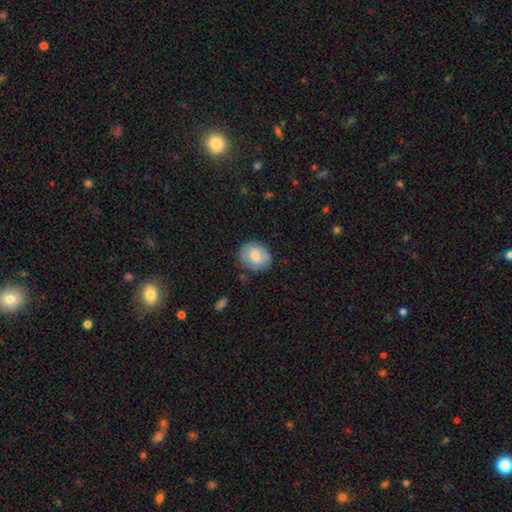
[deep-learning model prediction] This appears to be a smooth galaxy with no disk features (68%) that is round (57%). Merging: none (70%).